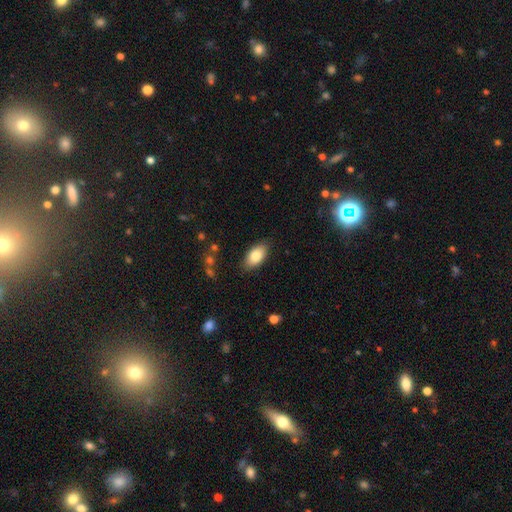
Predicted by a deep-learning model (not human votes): smooth_or_featured: smooth (p=0.83) [alt: featured or disk p=0.11]
how_rounded: in between (p=0.92) [alt: cigar-shaped p=0.05]
merging: none (p=0.85) [alt: minor disturbance p=0.11]